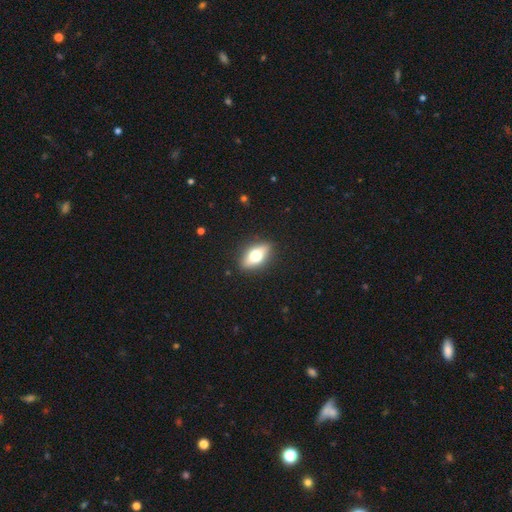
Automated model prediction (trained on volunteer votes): Smooth or featured: smooth — 61% (featured or disk — 32%)
How rounded: in between — 80% (cigar-shaped — 12%)
Merging: none — 88% (minor disturbance — 9%)